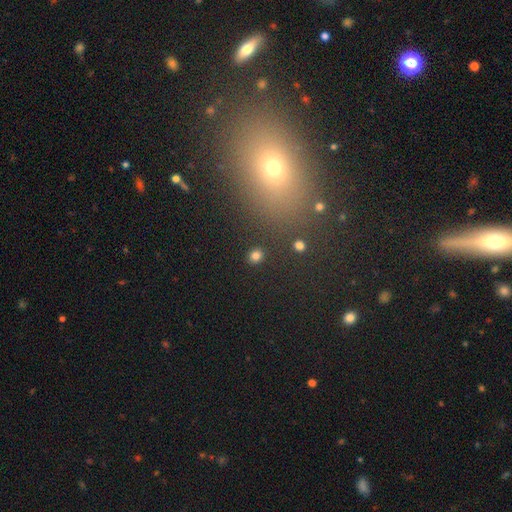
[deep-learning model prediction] smooth 81%, star or artifact 14%, featured or disk 5%. Down the decision tree: how rounded — round (78%); merging — none (89%).